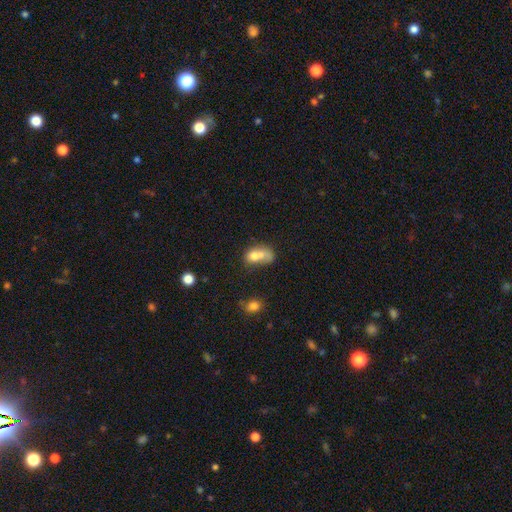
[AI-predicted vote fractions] Smooth or featured? Predicted: smooth (p=0.67). How rounded? Predicted: in between (p=0.72). Merging? Predicted: merger (p=0.62).